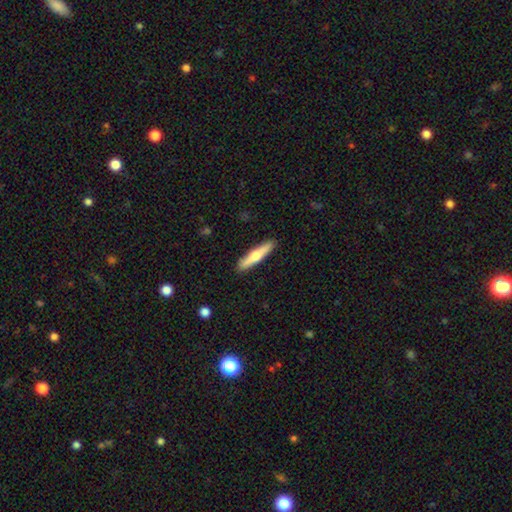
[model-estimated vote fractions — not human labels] This is possibly a smooth galaxy (55%). How rounded: clearly cigar-shaped (88%). Merging: clearly none (90%).